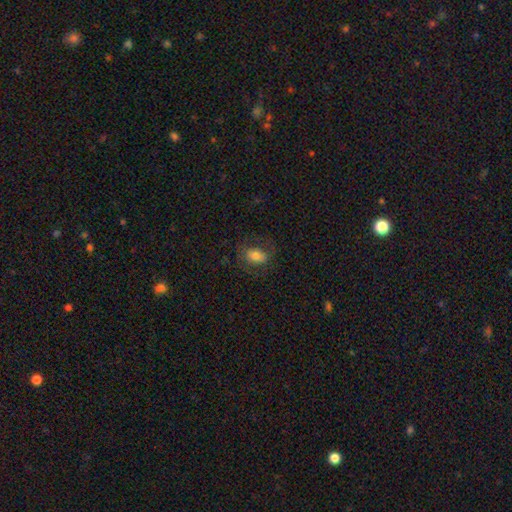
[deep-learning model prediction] smooth-or-featured: smooth: 68% | featured or disk: 23% | star or artifact: 10%
  how-rounded: in between: 73% | round: 25% | cigar-shaped: 2%
  merging: none: 70% | minor disturbance: 17% | major disturbance: 12% | merger: 1%